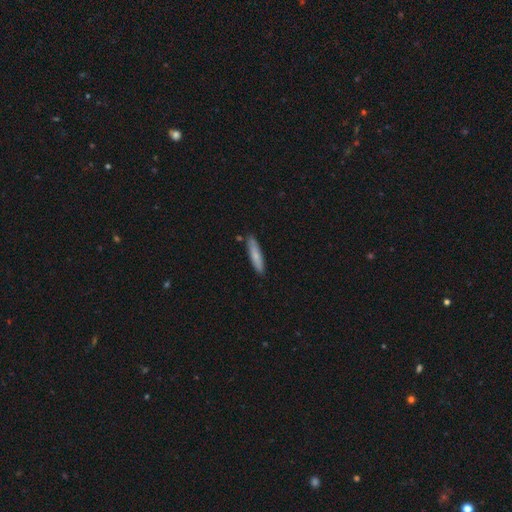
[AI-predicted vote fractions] Smooth or featured?
  - smooth: 75% *
  - featured or disk: 19%
  - star or artifact: 6%
How rounded?
  - cigar-shaped: 87% *
  - in between: 11%
  - round: 1%
Merging?
  - none: 84% *
  - minor disturbance: 11%
  - merger: 3%
  - major disturbance: 2%